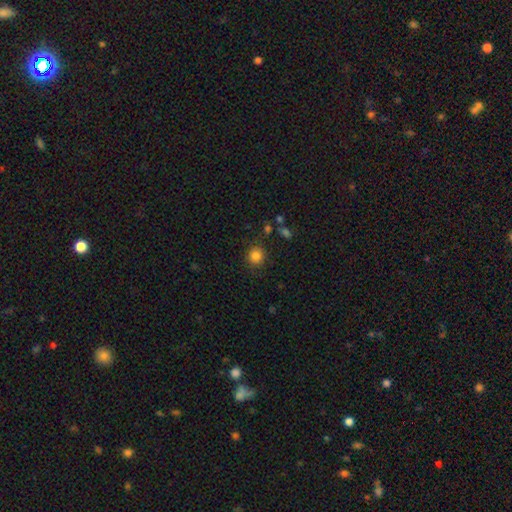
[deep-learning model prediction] A smooth galaxy with no disk features (84%) that is round (87%). Merging: none (85%).